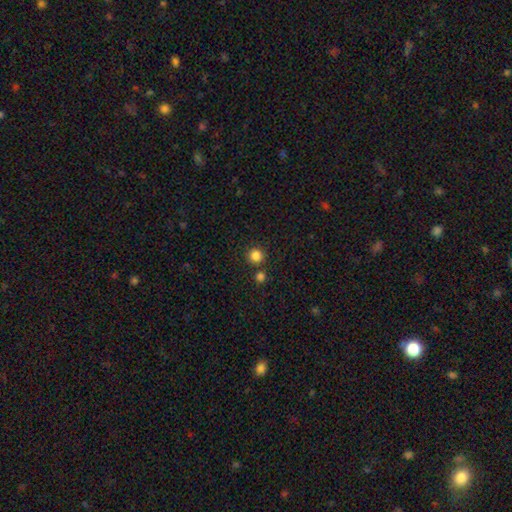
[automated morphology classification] A smooth galaxy with no disk features (84%) that is round (94%). Merging: none (81%).